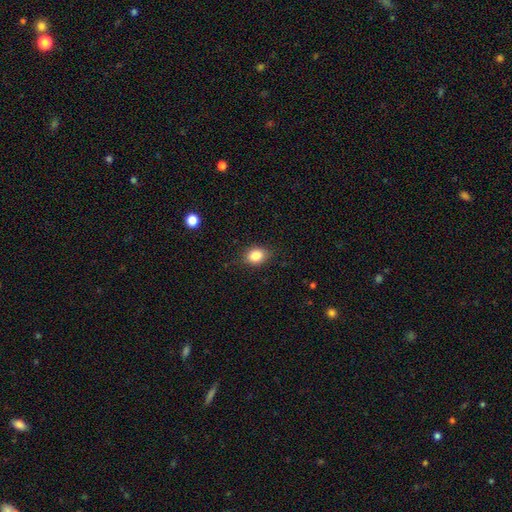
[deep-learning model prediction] Morphology: type=smooth (84%); roundness=in between (57%); merging=none (84%).